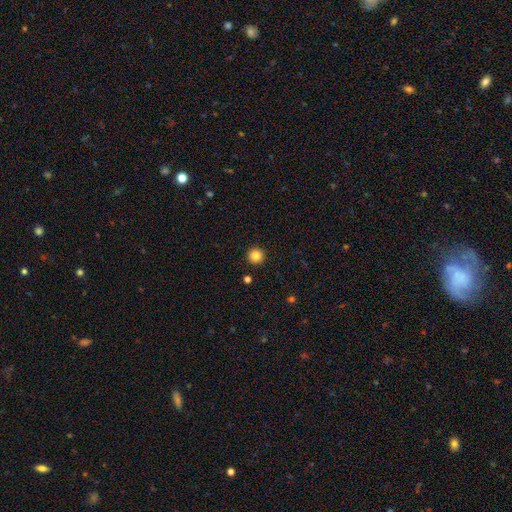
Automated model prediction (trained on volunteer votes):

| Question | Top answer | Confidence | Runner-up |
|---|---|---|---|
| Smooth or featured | smooth | 84% | star or artifact (11%) |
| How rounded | round | 96% | in between (3%) |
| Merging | none | 93% | minor disturbance (4%) |